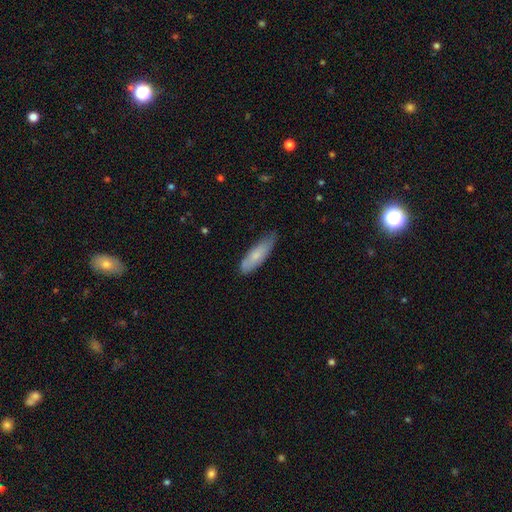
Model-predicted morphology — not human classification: This is likely a smooth galaxy (73%). How rounded: possibly cigar-shaped (57%). Merging: likely none (69%).